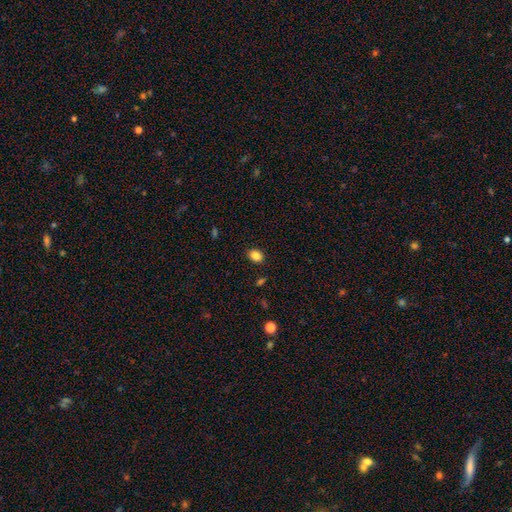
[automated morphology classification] smooth_or_featured: smooth (p=0.85) [alt: star or artifact p=0.10]
how_rounded: in between (p=0.64) [alt: round p=0.35]
merging: none (p=0.88) [alt: minor disturbance p=0.08]